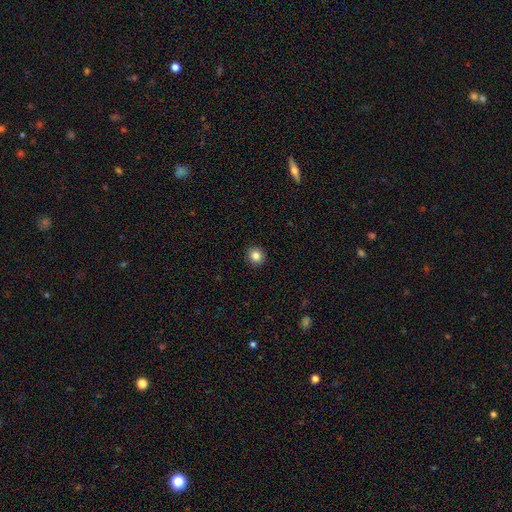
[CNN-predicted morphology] A smooth galaxy with no disk features (86%) that is round (90%). Merging: none (92%).